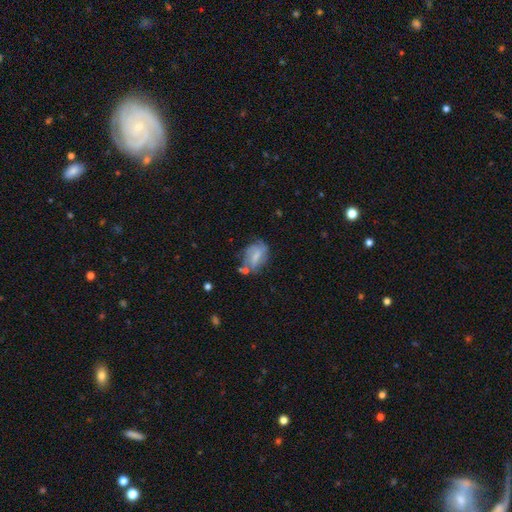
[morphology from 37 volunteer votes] Overall: smooth (59%; featured or disk 38%). How rounded: in between (86%). Merging: none (44%; minor disturbance 36%).